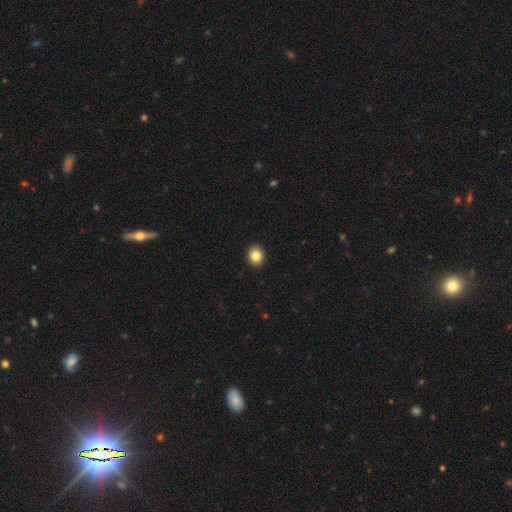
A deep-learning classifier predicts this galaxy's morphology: Smooth or featured? smooth (86%)
How rounded? round (63%)
Merging? none (93%)